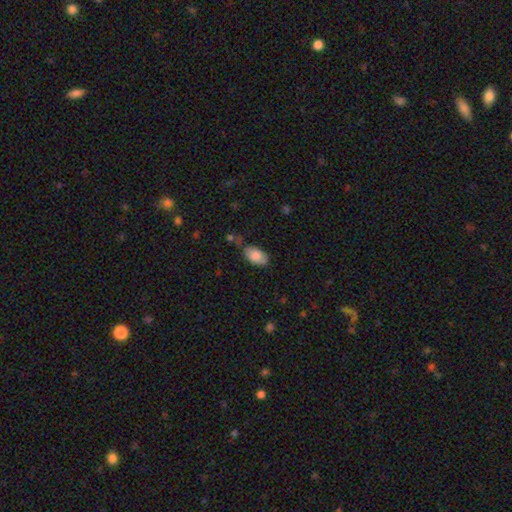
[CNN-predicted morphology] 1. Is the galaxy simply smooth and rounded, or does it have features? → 86% smooth, 8% featured or disk, 7% star or artifact.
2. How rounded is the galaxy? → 94% in between, 4% round, 2% cigar-shaped.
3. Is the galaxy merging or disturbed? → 63% none, 26% minor disturbance, 6% major disturbance, 5% merger.